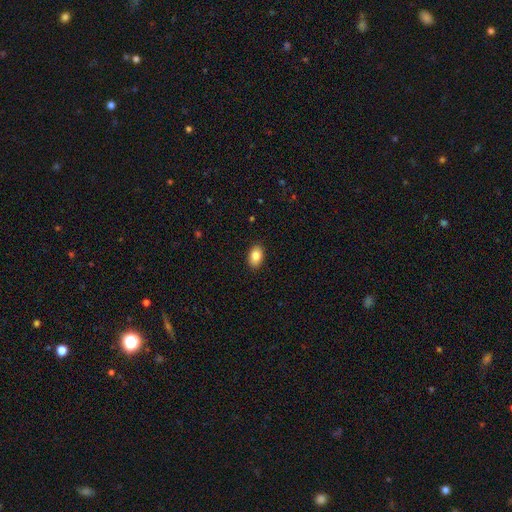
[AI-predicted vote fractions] Q: Smooth or featured?
A: smooth (85%); runner-up: featured or disk (8%)
Q: How rounded?
A: in between (87%); runner-up: round (11%)
Q: Merging?
A: none (90%); runner-up: minor disturbance (8%)